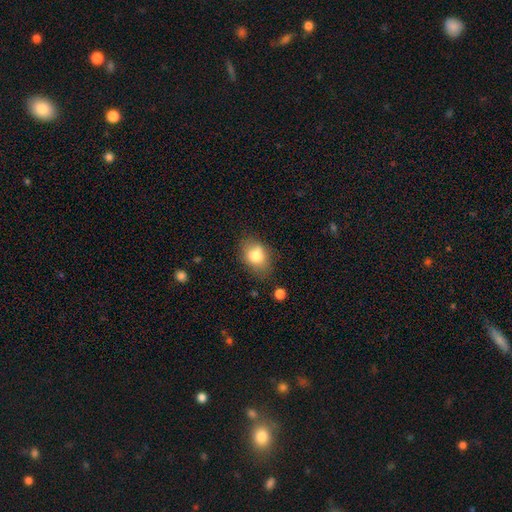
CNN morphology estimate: Smooth or featured? Predicted: smooth (p=0.77). How rounded? Predicted: in between (p=0.73). Merging? Predicted: none (p=0.69).